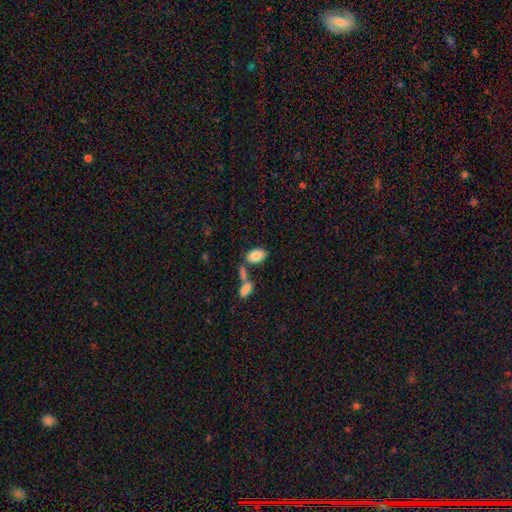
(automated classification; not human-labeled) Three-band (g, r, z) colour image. It shows a smooth galaxy with no disk features (84%) that is in between round and cigar-shaped (93%). Merging: none (63%).